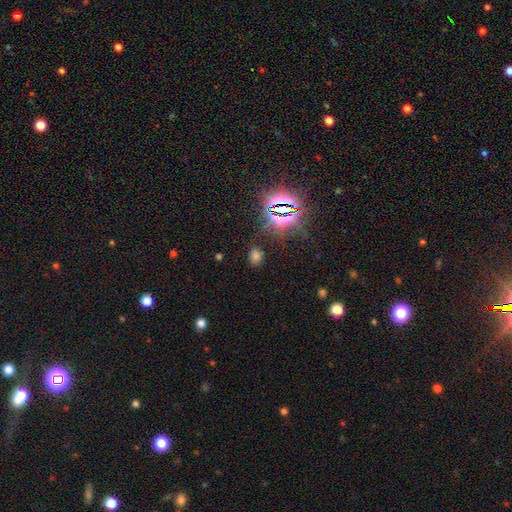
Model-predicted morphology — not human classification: The model was most divided on "smooth or featured": smooth: 61%, star or artifact: 33%, featured or disk: 6%. More confident: merging — none (81%); how rounded — in between (75%).